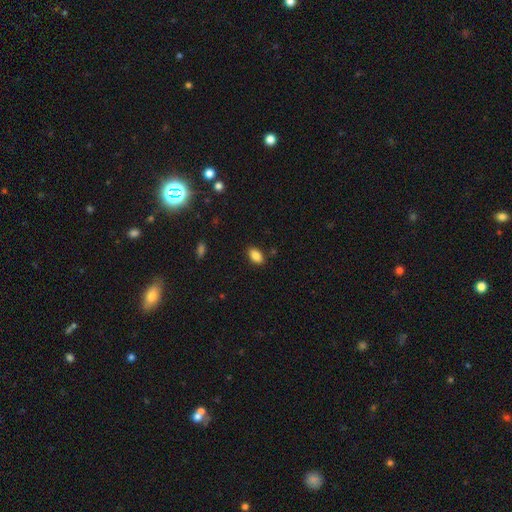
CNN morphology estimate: The model was most divided on "merging": none: 86%, minor disturbance: 10%, major disturbance: 2%, merger: 2%. More confident: how rounded — in between (91%); smooth or featured — smooth (87%).